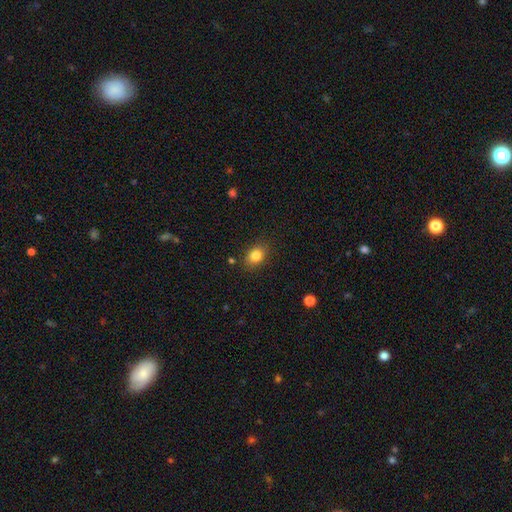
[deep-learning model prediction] smooth-or-featured: smooth: 83% | star or artifact: 10% | featured or disk: 7%
  how-rounded: in between: 66% | round: 33% | cigar-shaped: 1%
  merging: none: 86% | minor disturbance: 10% | major disturbance: 3% | merger: 2%